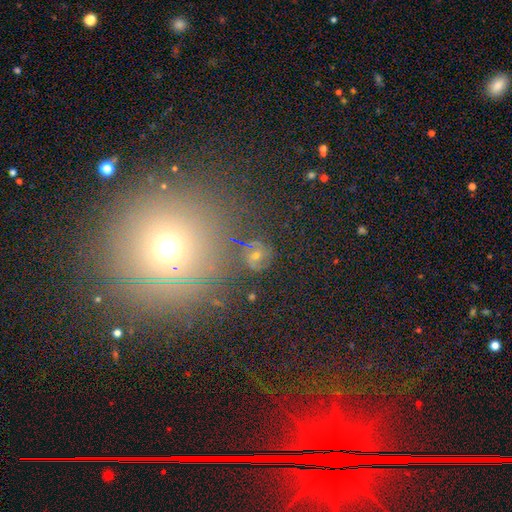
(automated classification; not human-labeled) smooth-or-featured: featured or disk: 50% | star or artifact: 26% | smooth: 24%
  merging: none: 75% | minor disturbance: 14% | major disturbance: 8% | merger: 4%